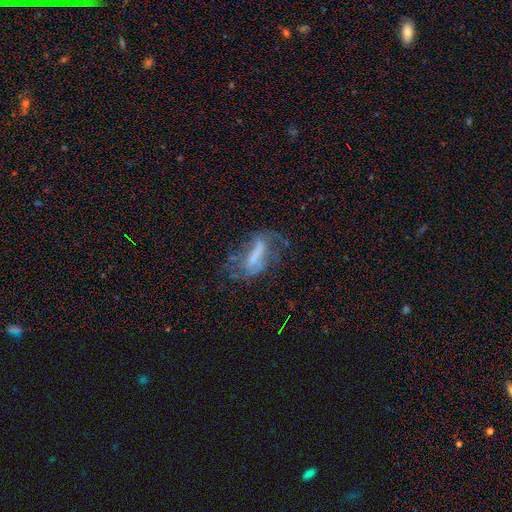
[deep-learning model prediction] Morphology: type=featured or disk (61%); edge-on=no (89%); bar=strong (47%); spiral arms=yes (53%); bulge=none (48%); merging=major disturbance (38%).